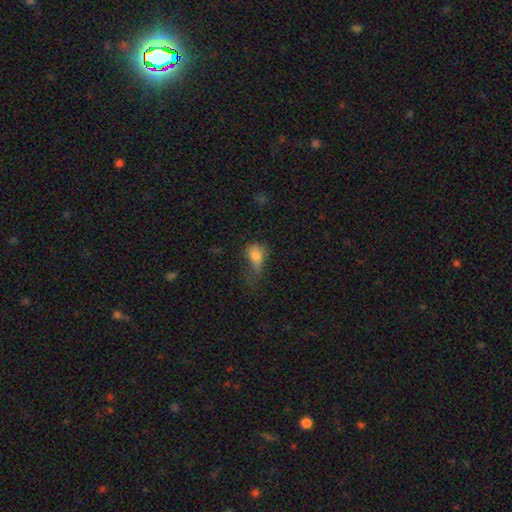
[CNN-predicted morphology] Overall: smooth (77%). How rounded: in between (74%). Merging: major disturbance (47%; minor disturbance 28%).